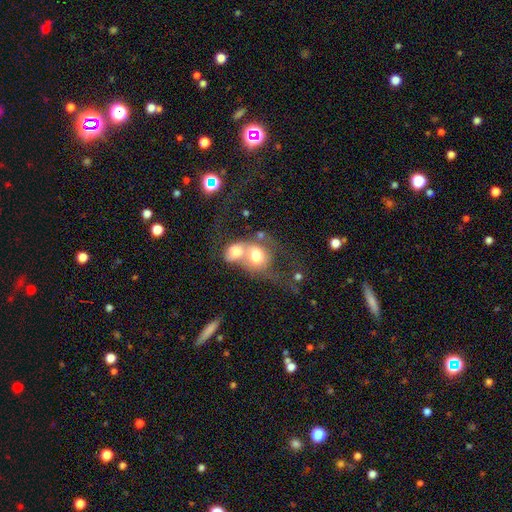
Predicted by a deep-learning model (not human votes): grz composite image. It shows a smooth galaxy with no disk features (59%) that is round (61%). Merging: merger (77%).